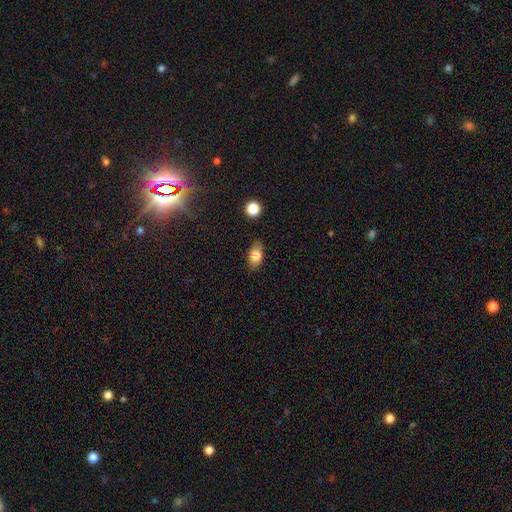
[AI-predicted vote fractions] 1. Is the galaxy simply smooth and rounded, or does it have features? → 81% smooth, 10% featured or disk, 9% star or artifact.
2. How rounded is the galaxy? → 85% in between, 11% round, 4% cigar-shaped.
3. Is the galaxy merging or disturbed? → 78% none, 16% minor disturbance, 4% major disturbance, 2% merger.